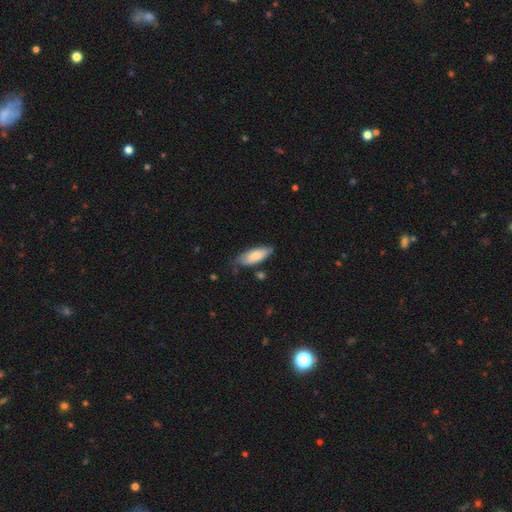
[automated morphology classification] Smooth or featured? smooth (76%)
How rounded? in between (74%)
Merging? none (62%)